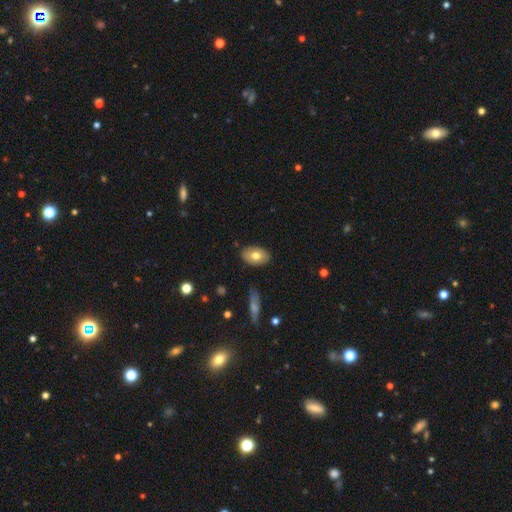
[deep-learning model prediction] Smooth or featured? smooth (72%)
How rounded? in between (91%)
Merging? none (86%)